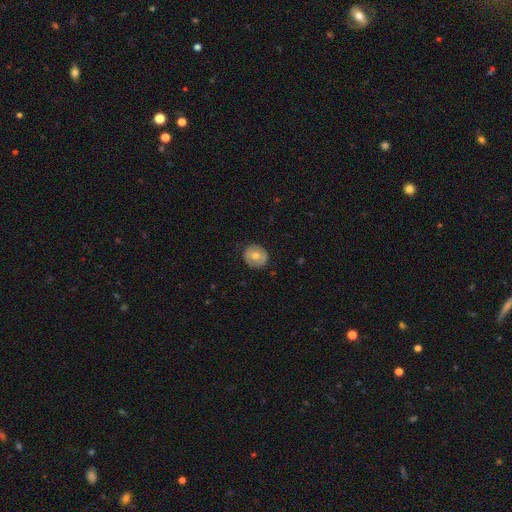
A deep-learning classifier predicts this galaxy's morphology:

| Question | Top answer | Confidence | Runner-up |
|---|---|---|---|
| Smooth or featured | smooth | 60% | featured or disk (33%) |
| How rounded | round | 88% | in between (11%) |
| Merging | none | 85% | minor disturbance (11%) |